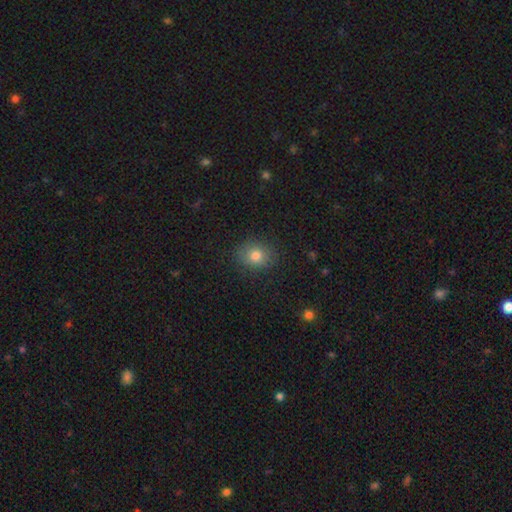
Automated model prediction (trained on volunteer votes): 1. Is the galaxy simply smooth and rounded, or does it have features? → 79% smooth, 12% star or artifact, 9% featured or disk.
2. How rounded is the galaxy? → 60% round, 39% in between, 1% cigar-shaped.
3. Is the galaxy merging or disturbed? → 86% none, 10% minor disturbance, 3% major disturbance, 1% merger.